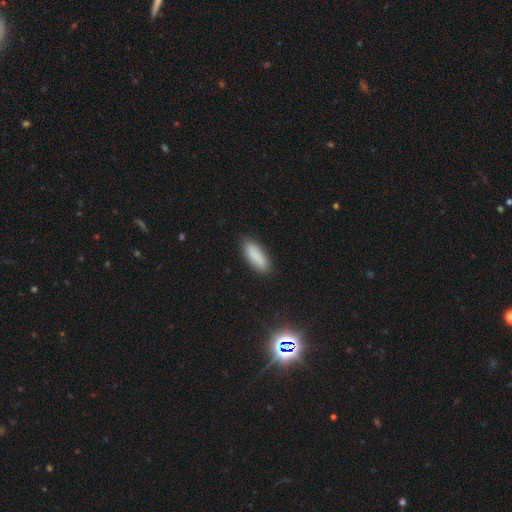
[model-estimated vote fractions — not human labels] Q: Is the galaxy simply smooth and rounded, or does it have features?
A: smooth — 87%.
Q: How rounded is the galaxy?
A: in between — 64%.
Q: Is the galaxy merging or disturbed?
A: none — 85%.